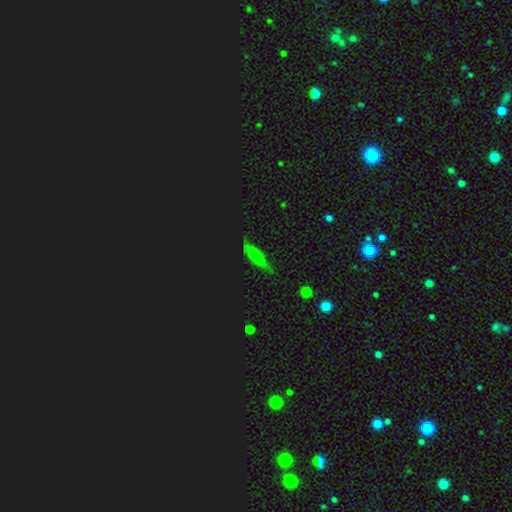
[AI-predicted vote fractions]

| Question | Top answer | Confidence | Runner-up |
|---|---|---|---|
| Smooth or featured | smooth | 46% | featured or disk (31%) |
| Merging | none | 76% | minor disturbance (18%) |